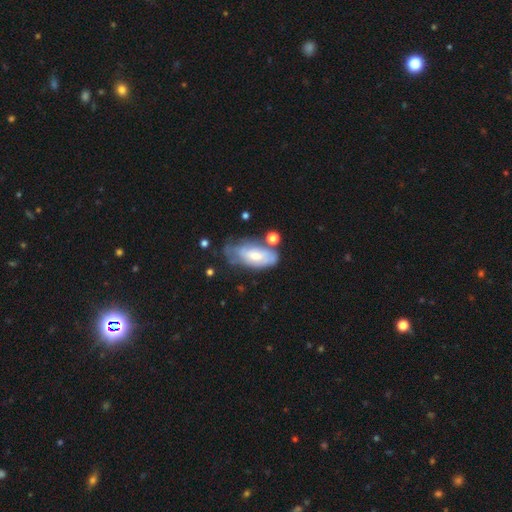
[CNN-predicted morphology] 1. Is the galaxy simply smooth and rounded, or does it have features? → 49% featured or disk, 45% smooth, 7% star or artifact.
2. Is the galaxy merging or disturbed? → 42% none, 31% minor disturbance, 17% major disturbance, 11% merger.